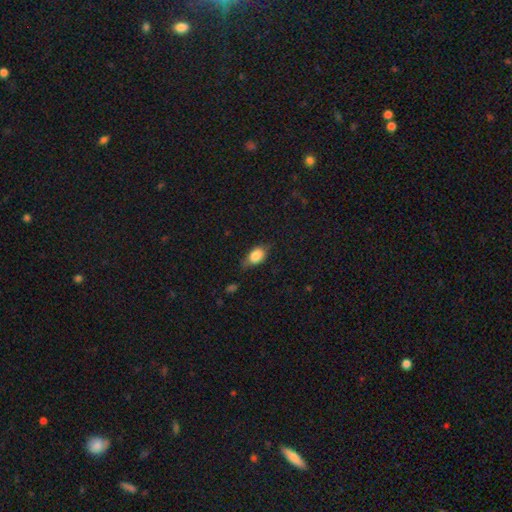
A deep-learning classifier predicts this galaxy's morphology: Smooth or featured? smooth (81%)
How rounded? in between (84%)
Merging? none (63%)